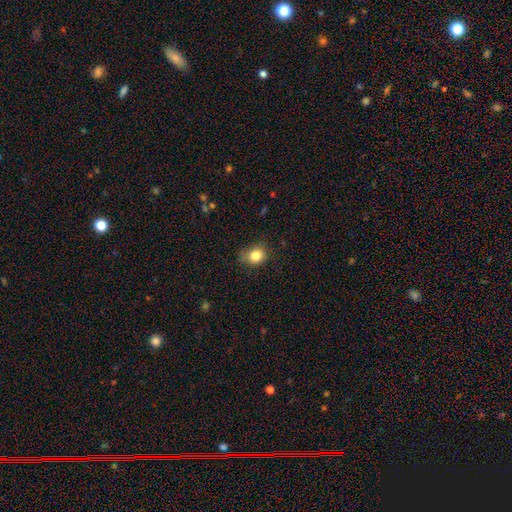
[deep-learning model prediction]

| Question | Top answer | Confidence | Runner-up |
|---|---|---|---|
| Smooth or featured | smooth | 82% | star or artifact (11%) |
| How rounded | round | 63% | in between (36%) |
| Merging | none | 73% | minor disturbance (21%) |